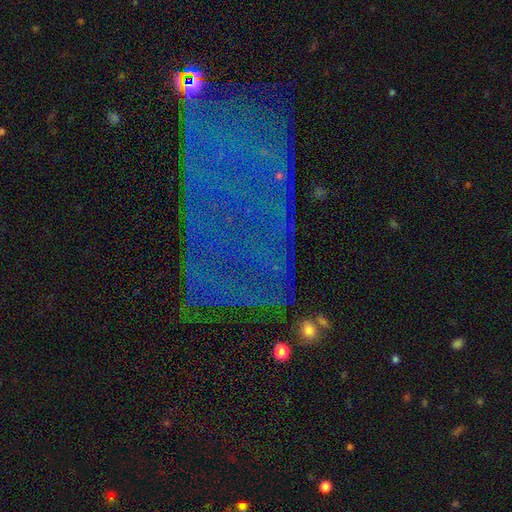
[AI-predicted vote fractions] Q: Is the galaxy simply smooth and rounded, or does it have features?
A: star or artifact — 59%.